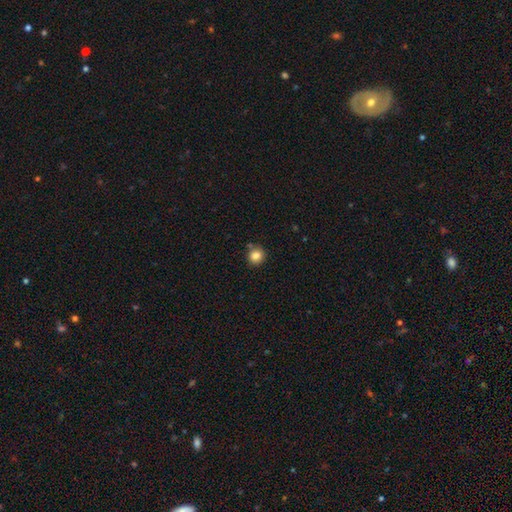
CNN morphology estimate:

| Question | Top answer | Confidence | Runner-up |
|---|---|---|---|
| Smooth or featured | smooth | 84% | star or artifact (11%) |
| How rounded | round | 88% | in between (11%) |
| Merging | none | 79% | minor disturbance (11%) |